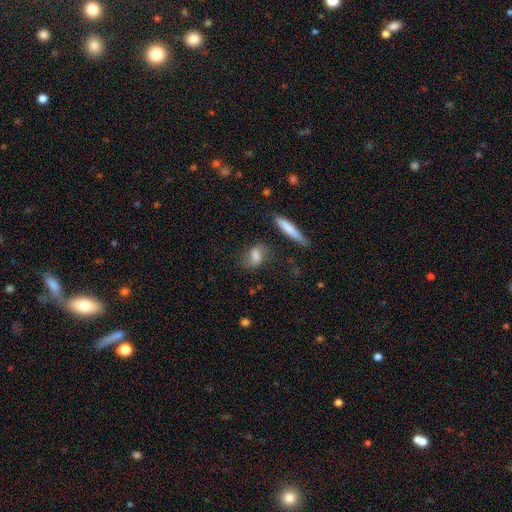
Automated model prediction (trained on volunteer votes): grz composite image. It shows a smooth galaxy with no disk features (66%) that is in between round and cigar-shaped (72%). Merging: none (65%).